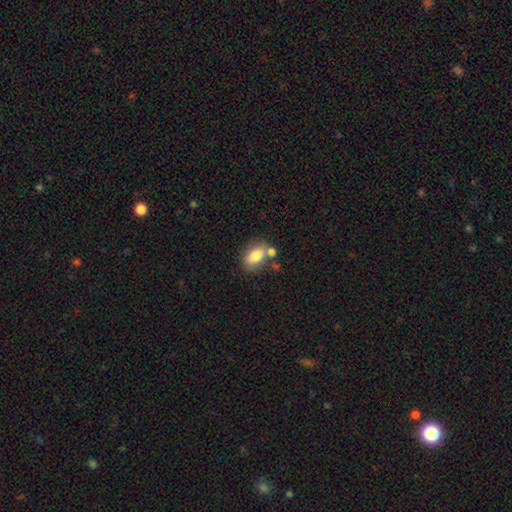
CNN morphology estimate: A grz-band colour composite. It shows a smooth galaxy with no disk features (79%) that is in between round and cigar-shaped (87%). Merging: none (60%).